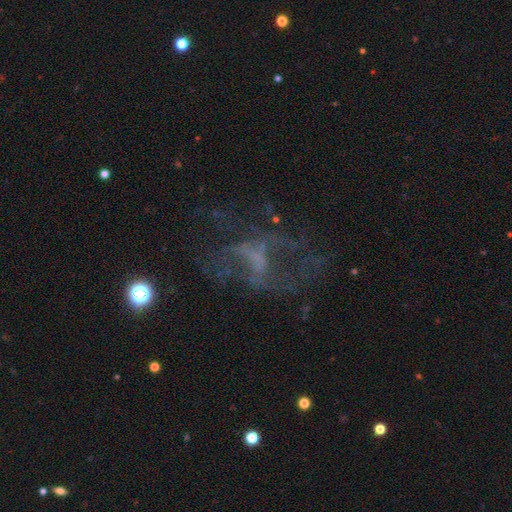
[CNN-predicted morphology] featured or disk 55%, star or artifact 28%, smooth 17%. Down the decision tree: edge-on disk — no (96%); bar — no (70%); spiral arms — no (75%); bulge size — none (66%); merging — none (45%).